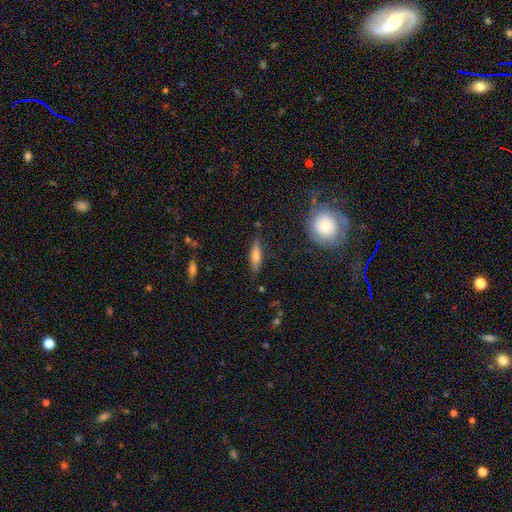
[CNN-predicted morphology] This appears to be a smooth galaxy with no disk features (59%) that is cigar-shaped (66%). Merging: none (83%).